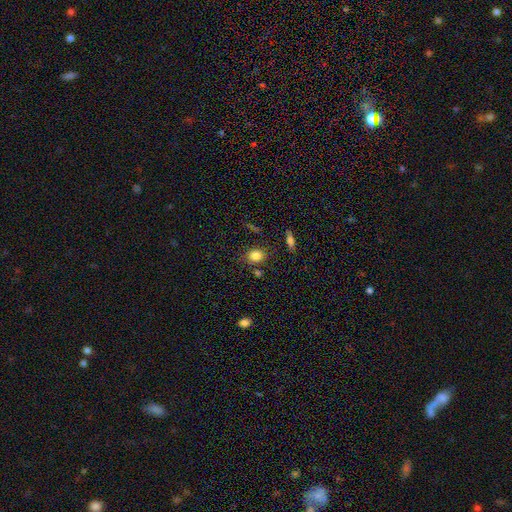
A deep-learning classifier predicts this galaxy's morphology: smooth-or-featured: smooth: 82% | star or artifact: 11% | featured or disk: 7%
  how-rounded: round: 60% | in between: 39% | cigar-shaped: 2%
  merging: none: 77% | minor disturbance: 13% | merger: 6% | major disturbance: 4%